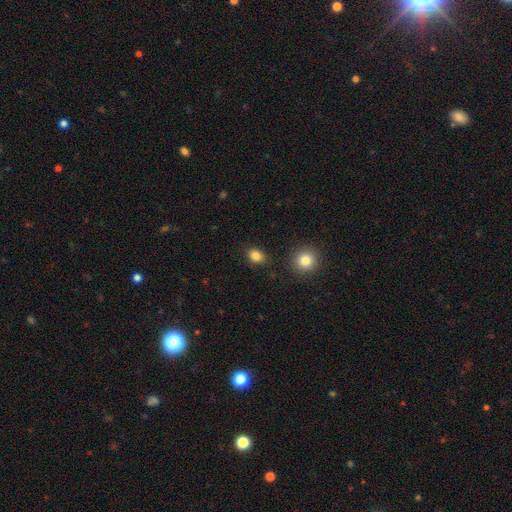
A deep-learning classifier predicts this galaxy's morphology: Q: Smooth or featured?
A: smooth (84%); runner-up: star or artifact (11%)
Q: How rounded?
A: in between (64%); runner-up: round (34%)
Q: Merging?
A: none (86%); runner-up: minor disturbance (9%)